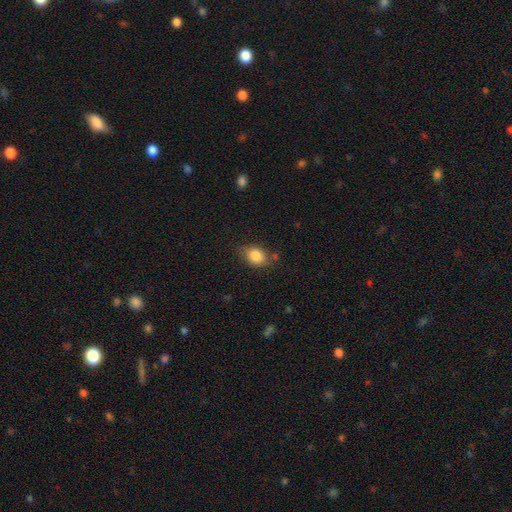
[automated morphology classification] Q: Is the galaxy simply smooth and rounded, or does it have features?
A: smooth — 85%.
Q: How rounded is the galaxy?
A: in between — 70%.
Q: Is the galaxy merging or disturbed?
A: none — 74%.